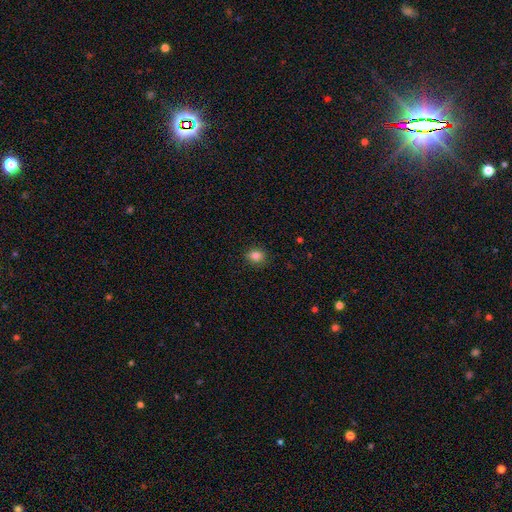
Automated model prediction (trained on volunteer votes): Smooth or featured? Predicted: smooth (p=0.83). How rounded? Predicted: round (p=0.61). Merging? Predicted: none (p=0.87).